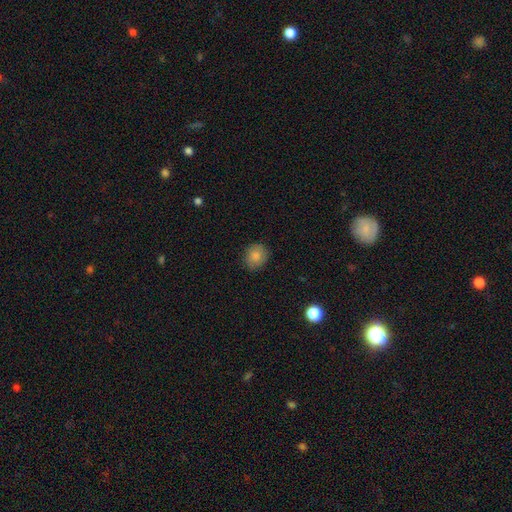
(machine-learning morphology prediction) smooth 83%, star or artifact 9%, featured or disk 7%. Down the decision tree: how rounded — round (73%); merging — none (87%).